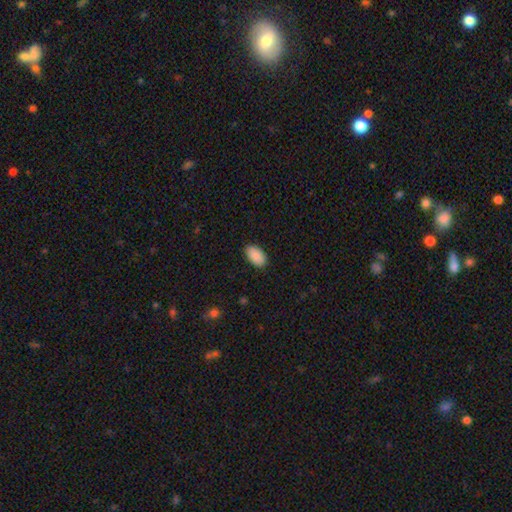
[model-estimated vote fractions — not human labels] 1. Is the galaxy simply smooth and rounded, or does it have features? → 90% smooth, 6% star or artifact, 4% featured or disk.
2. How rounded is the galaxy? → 95% in between, 4% round, 1% cigar-shaped.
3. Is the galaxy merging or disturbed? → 89% none, 8% minor disturbance, 2% major disturbance, 1% merger.